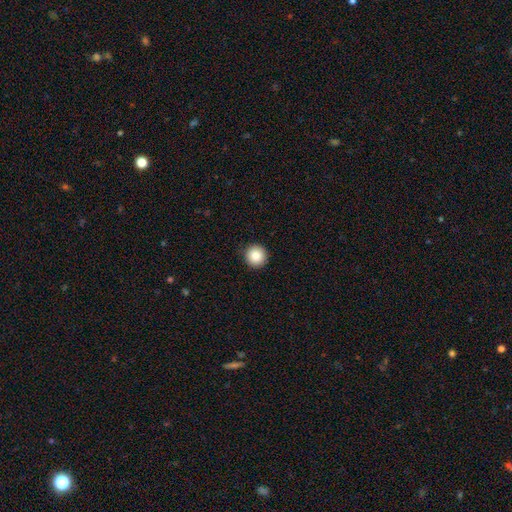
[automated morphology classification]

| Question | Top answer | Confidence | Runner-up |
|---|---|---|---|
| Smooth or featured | smooth | 87% | star or artifact (9%) |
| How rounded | round | 96% | in between (3%) |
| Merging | none | 93% | minor disturbance (5%) |